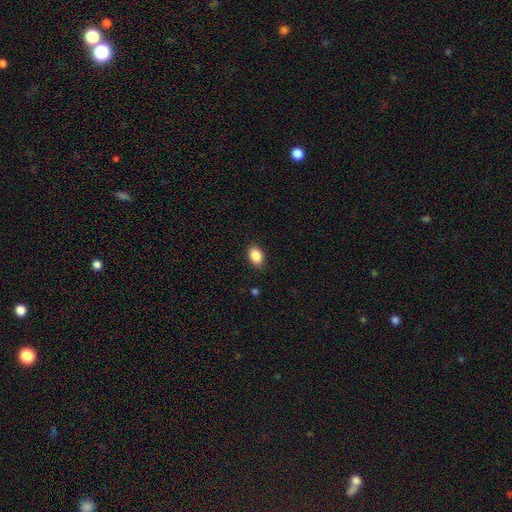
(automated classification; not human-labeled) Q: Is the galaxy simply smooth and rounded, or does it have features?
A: smooth — 88%.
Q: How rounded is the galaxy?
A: in between — 81%.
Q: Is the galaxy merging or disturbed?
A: none — 87%.